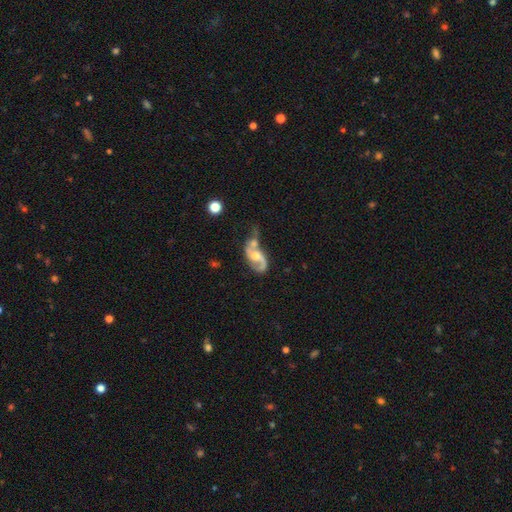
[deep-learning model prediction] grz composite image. It shows a featured or disk galaxy (79%) with no bar (57%), 2 (80%) loose (48%) spiral arms (90%) and a moderate central bulge (64%). Merging: merger (45%).